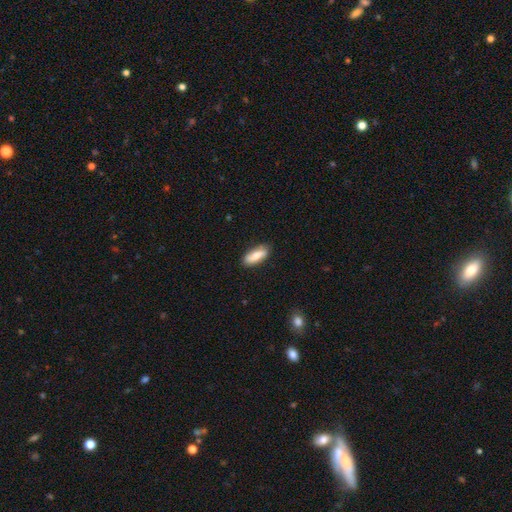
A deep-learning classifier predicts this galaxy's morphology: smooth 74%, featured or disk 20%, star or artifact 6%. Down the decision tree: how rounded — in between (72%); merging — none (85%).